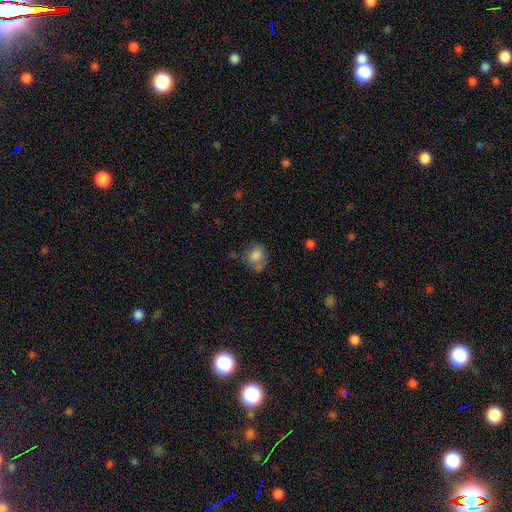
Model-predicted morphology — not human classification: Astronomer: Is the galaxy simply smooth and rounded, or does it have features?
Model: smooth — 77%.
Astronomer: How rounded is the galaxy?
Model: round — 50% (runner-up: in between, 49%).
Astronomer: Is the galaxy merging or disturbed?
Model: none — 49% (runner-up: minor disturbance, 27%).